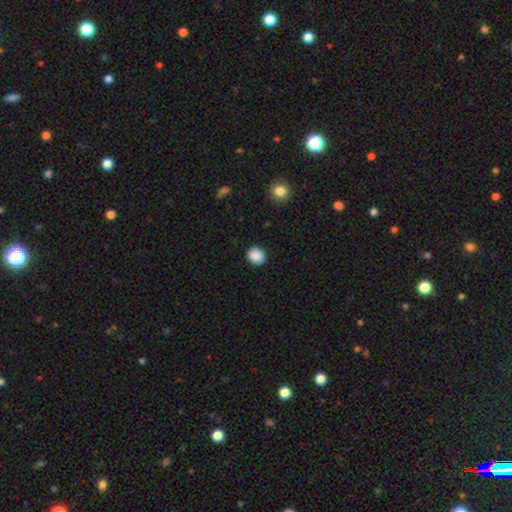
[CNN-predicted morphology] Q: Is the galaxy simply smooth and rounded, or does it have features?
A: smooth — 88%.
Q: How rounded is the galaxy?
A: round — 84%.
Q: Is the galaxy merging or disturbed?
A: none — 90%.